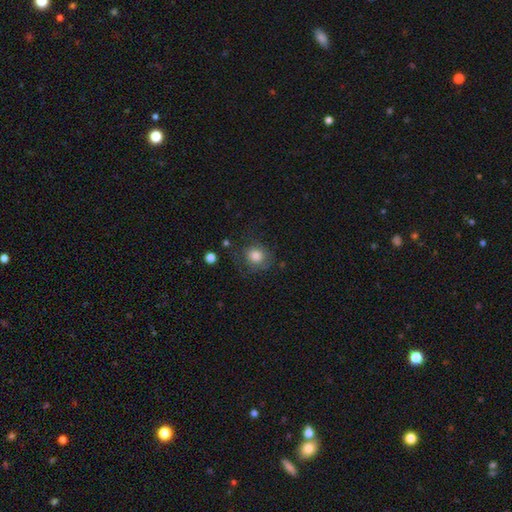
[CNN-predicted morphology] This appears to be a smooth galaxy with no disk features (79%) that is round (82%). Merging: none (65%).